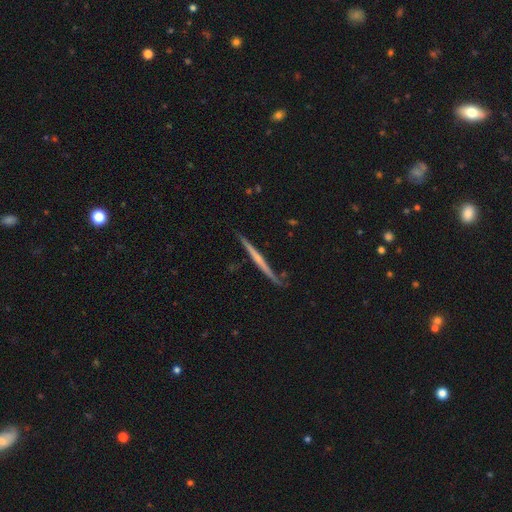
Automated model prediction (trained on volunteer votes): This appears to be a featured or disk galaxy (62%) viewed edge-on (93%) with no central bulge (52%). Merging: none (82%).